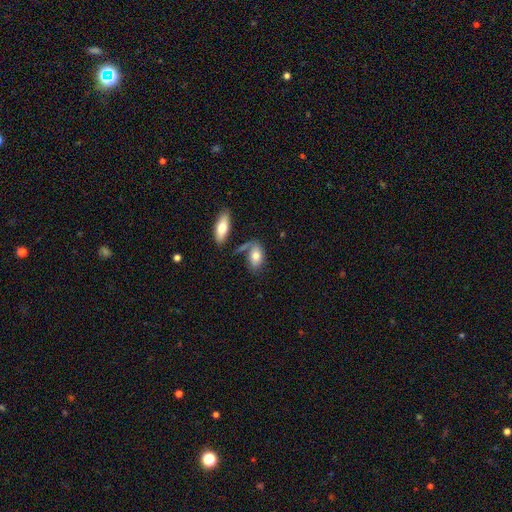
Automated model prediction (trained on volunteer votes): The model was most divided on "merging": none: 43%, merger: 25%, minor disturbance: 18%, major disturbance: 13%. More confident: how rounded — in between (90%); smooth or featured — smooth (70%).